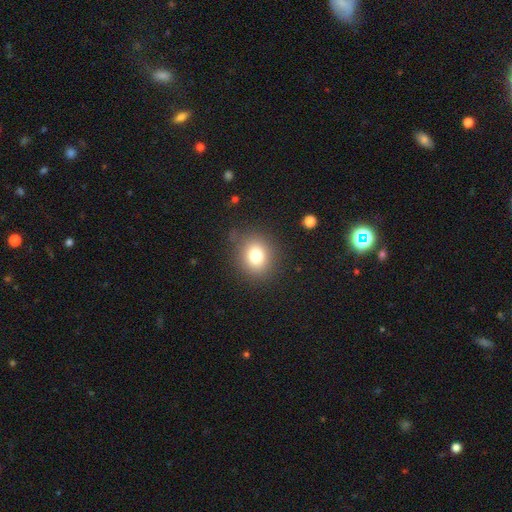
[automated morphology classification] smooth-or-featured: smooth: 78% | star or artifact: 12% | featured or disk: 10%
  how-rounded: round: 68% | in between: 31% | cigar-shaped: 1%
  merging: none: 83% | minor disturbance: 11% | major disturbance: 5% | merger: 2%